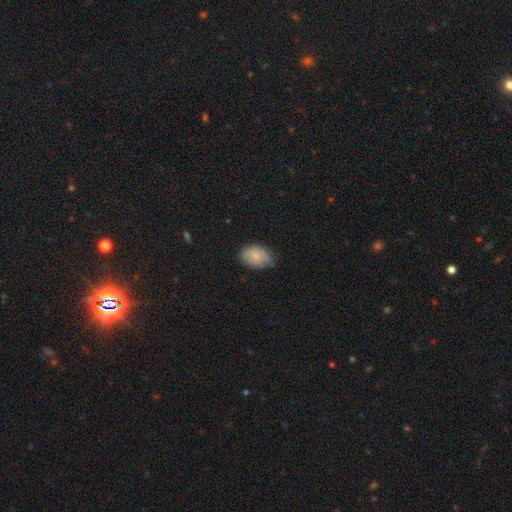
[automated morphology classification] Overall: smooth (82%). How rounded: in between (88%). Merging: none (61%; minor disturbance 33%).